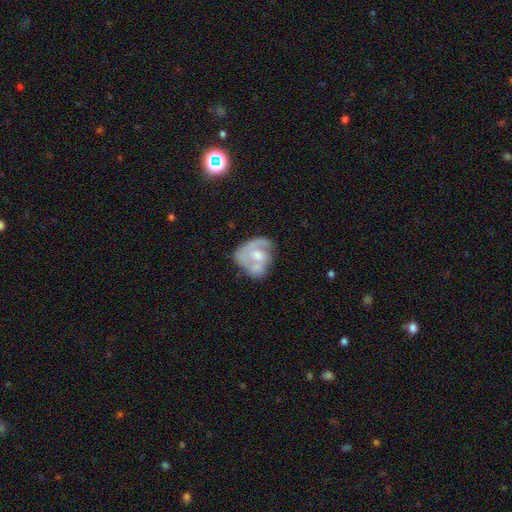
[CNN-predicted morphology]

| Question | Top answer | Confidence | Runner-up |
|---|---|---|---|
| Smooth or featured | featured or disk | 62% | smooth (31%) |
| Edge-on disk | no | 97% | yes (3%) |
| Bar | no | 67% | weak (28%) |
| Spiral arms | yes | 63% | no (37%) |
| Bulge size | moderate | 53% | small (29%) |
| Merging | none | 34% | minor disturbance (23%) |